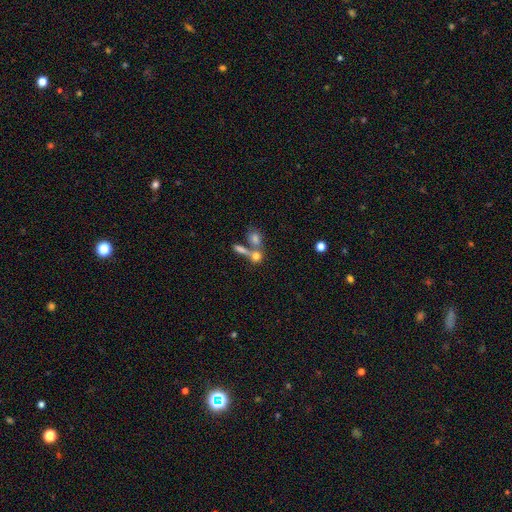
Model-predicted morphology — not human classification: type=smooth (60%); roundness=round (56%); merging=merger (46%).